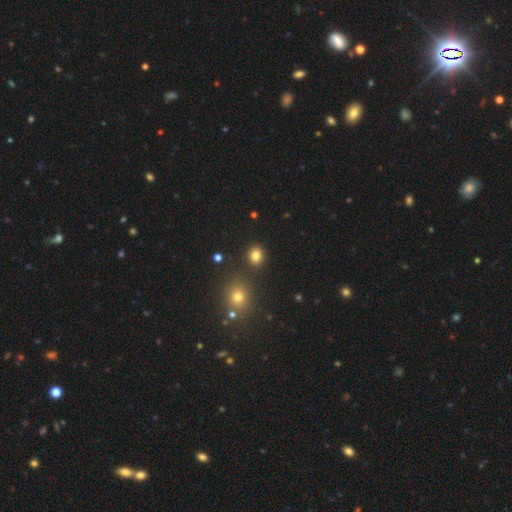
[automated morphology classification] Overall: smooth (81%). How rounded: round (78%). Merging: none (86%).